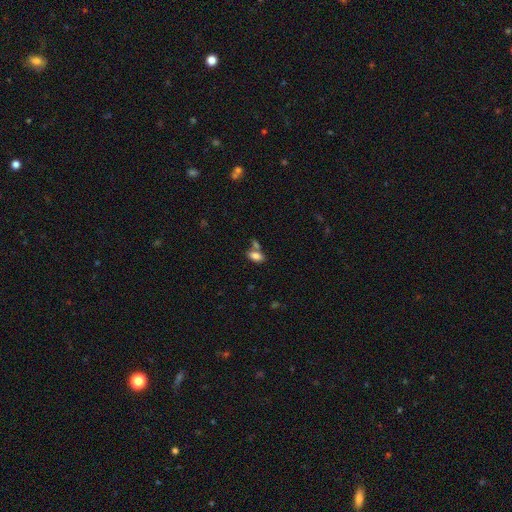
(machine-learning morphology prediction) Smooth or featured? smooth (82%)
How rounded? in between (91%)
Merging? none (53%)